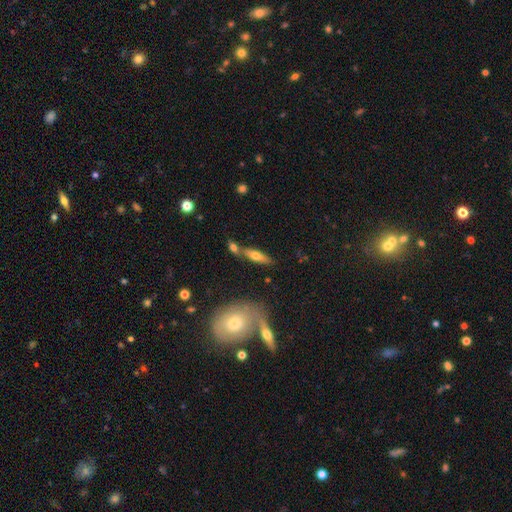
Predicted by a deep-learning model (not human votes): Overall: smooth (58%; featured or disk 34%). How rounded: cigar-shaped (54%; in between 43%). Merging: none (61%; merger 23%).